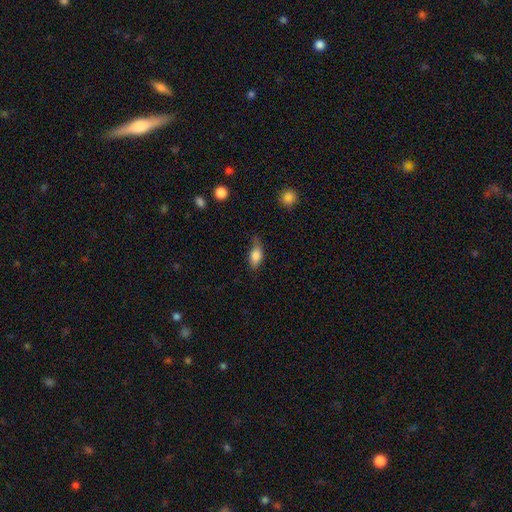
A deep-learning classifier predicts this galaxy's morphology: Q: Smooth or featured?
A: smooth (80%); runner-up: featured or disk (12%)
Q: How rounded?
A: in between (85%); runner-up: cigar-shaped (8%)
Q: Merging?
A: none (52%); runner-up: minor disturbance (35%)